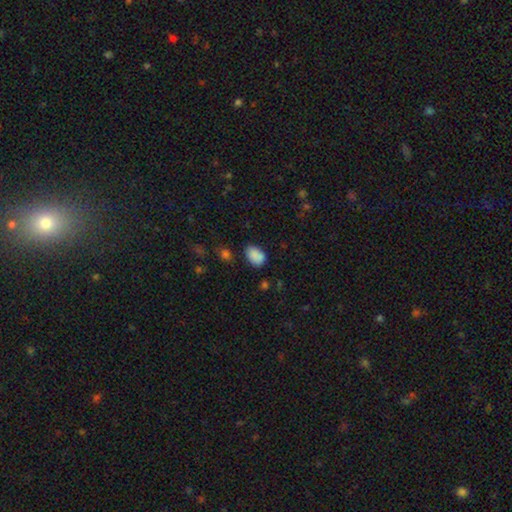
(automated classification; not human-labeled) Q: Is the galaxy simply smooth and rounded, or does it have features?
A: smooth — 85%.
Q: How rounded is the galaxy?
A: in between — 84%.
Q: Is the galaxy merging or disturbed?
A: none — 66%.